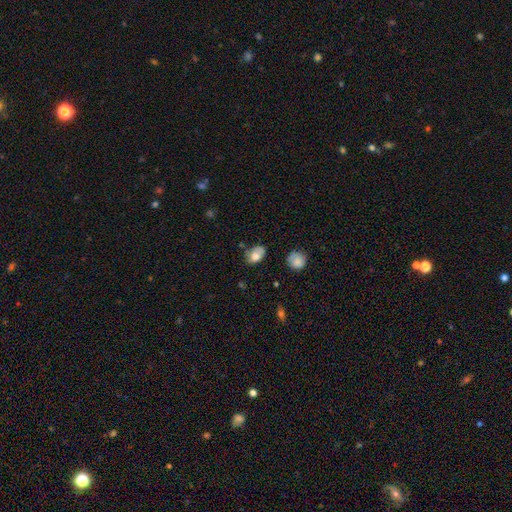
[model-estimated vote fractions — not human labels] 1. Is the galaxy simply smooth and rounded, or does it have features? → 75% smooth, 16% featured or disk, 9% star or artifact.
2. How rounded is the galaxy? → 78% in between, 20% round, 1% cigar-shaped.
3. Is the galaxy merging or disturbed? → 51% none, 33% minor disturbance, 10% major disturbance, 6% merger.